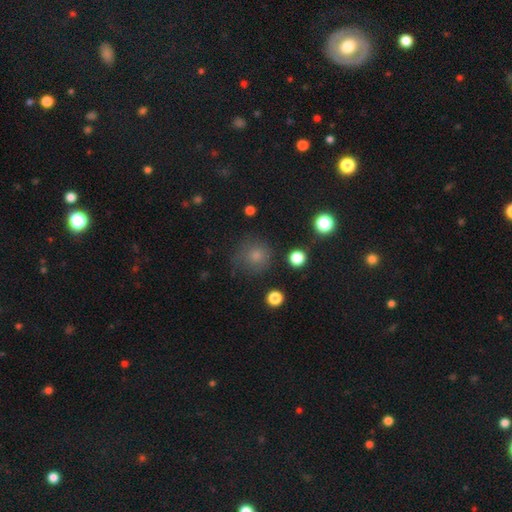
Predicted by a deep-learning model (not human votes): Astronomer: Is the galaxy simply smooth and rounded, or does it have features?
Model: smooth — 78%.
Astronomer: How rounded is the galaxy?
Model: round — 91%.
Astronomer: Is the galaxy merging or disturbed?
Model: none — 75%.